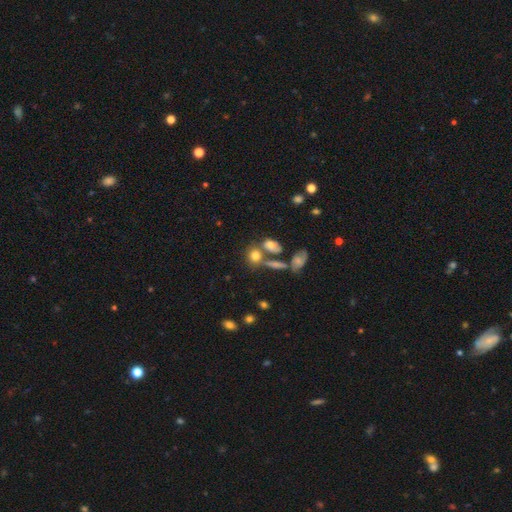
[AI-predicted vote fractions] smooth_or_featured: smooth (p=0.73) [alt: featured or disk p=0.15]
how_rounded: round (p=0.58) [alt: in between p=0.39]
merging: none (p=0.47) [alt: merger p=0.33]